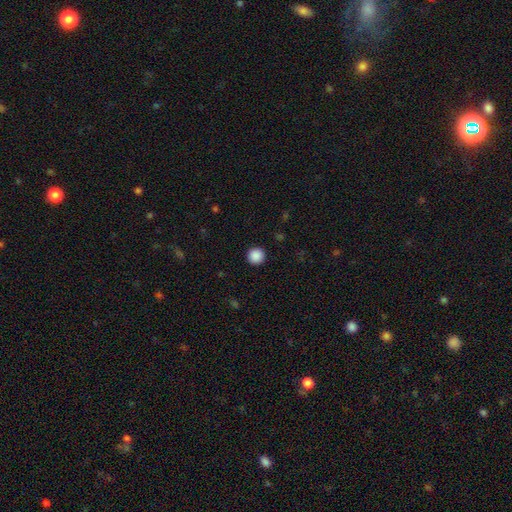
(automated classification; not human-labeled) Smooth or featured?
  - smooth: 89% *
  - star or artifact: 9%
  - featured or disk: 2%
How rounded?
  - round: 95% *
  - in between: 4%
  - cigar-shaped: 1%
Merging?
  - none: 93% *
  - minor disturbance: 5%
  - major disturbance: 2%
  - merger: 1%